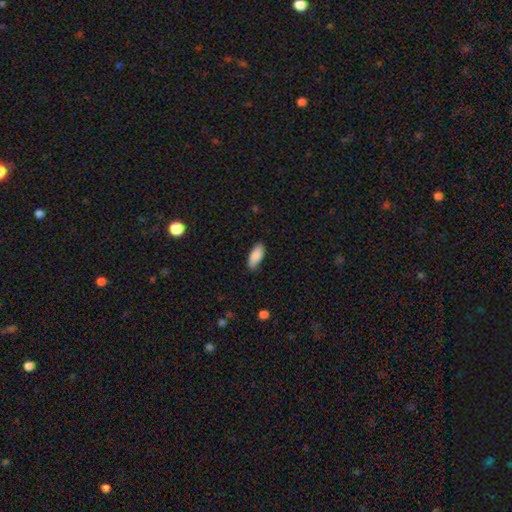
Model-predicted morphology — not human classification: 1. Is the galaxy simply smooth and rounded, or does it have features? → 88% smooth, 6% star or artifact, 6% featured or disk.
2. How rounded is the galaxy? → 85% in between, 13% cigar-shaped, 2% round.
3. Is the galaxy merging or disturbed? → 84% none, 13% minor disturbance, 2% major disturbance, 1% merger.